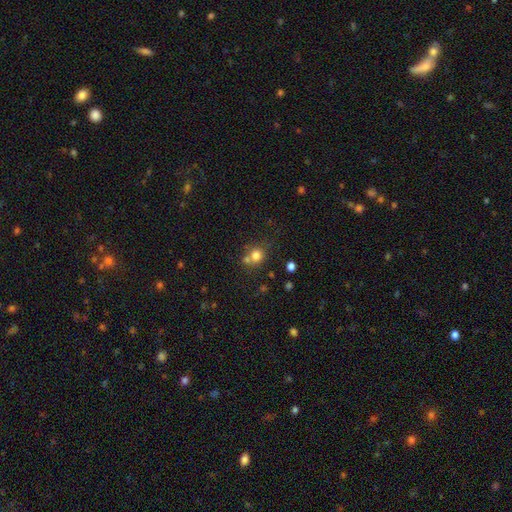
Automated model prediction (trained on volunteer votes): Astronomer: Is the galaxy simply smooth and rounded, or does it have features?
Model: smooth — 77%.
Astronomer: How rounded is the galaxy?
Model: round — 82%.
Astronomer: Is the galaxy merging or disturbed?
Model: none — 54% (runner-up: merger, 31%).